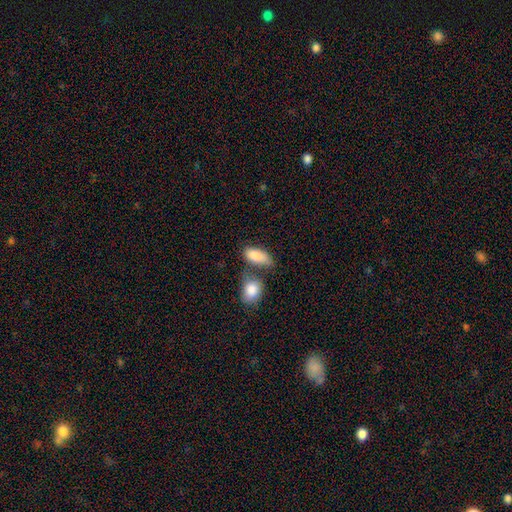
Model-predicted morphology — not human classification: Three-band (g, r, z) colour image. It shows a smooth galaxy with no disk features (86%) that is in between round and cigar-shaped (90%). Merging: none (42%).